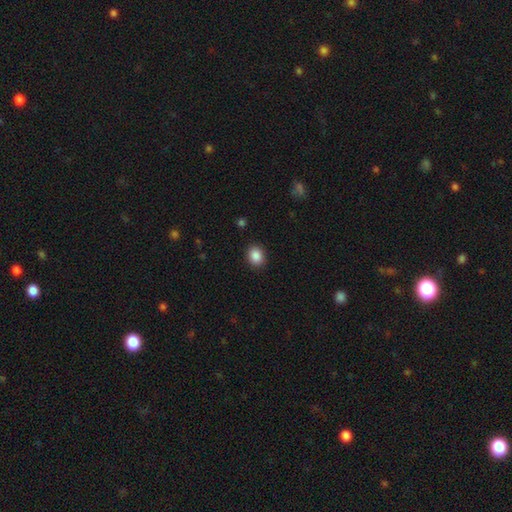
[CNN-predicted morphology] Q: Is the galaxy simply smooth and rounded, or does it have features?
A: smooth — 88%.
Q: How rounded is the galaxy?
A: round — 56%.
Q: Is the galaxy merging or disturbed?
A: none — 90%.